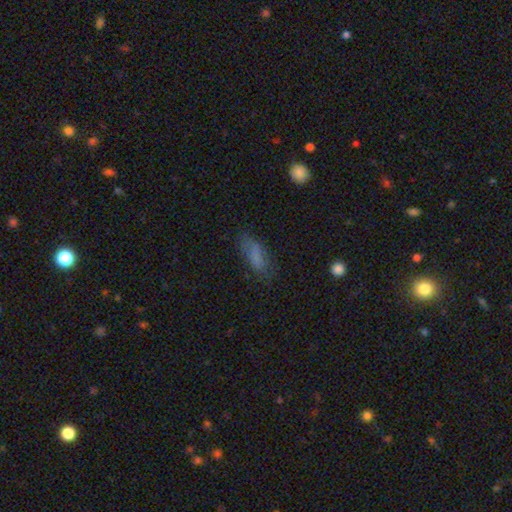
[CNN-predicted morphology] smooth_or_featured: smooth (p=0.72) [alt: featured or disk p=0.16]
how_rounded: in between (p=0.66) [alt: cigar-shaped p=0.31]
merging: none (p=0.66) [alt: minor disturbance p=0.22]